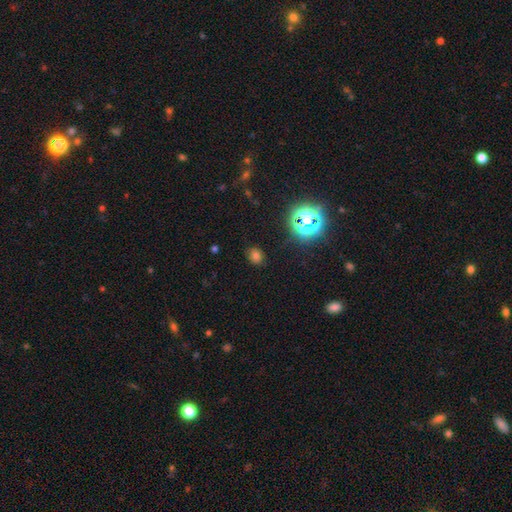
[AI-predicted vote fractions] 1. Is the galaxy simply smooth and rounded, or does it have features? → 66% smooth, 27% star or artifact, 6% featured or disk.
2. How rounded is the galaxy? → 56% round, 42% in between, 1% cigar-shaped.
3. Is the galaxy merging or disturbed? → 84% none, 11% minor disturbance, 3% major disturbance, 2% merger.